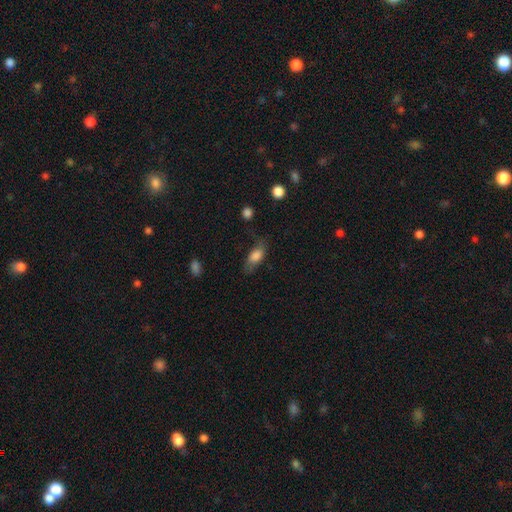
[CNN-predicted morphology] This is likely a smooth galaxy (74%). How rounded: clearly in between (82%). Merging: possibly none (59%).